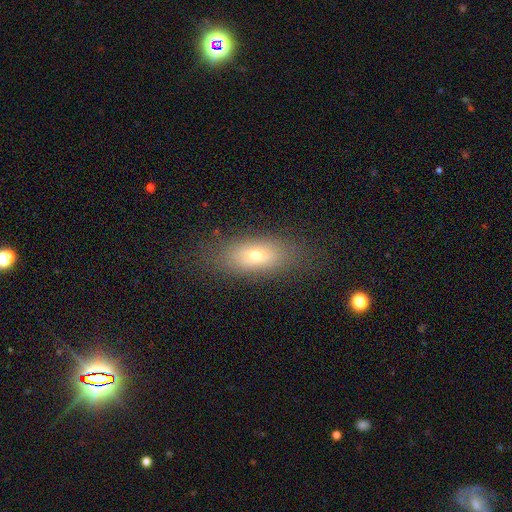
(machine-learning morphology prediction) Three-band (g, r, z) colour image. It shows a smooth galaxy with no disk features (65%) that is in between round and cigar-shaped (75%). Merging: none (80%).